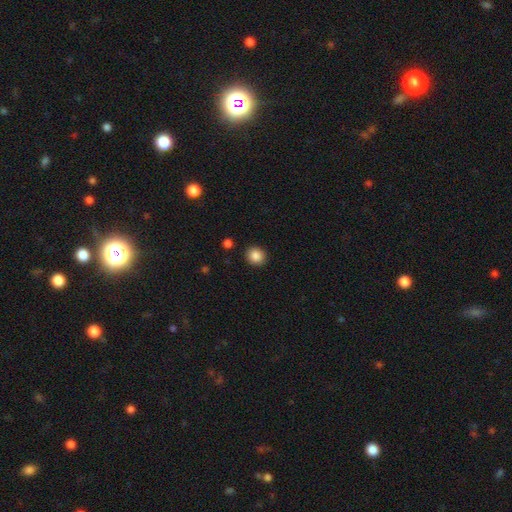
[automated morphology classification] This appears to be a smooth galaxy with no disk features (87%) that is round (84%). Merging: none (91%).